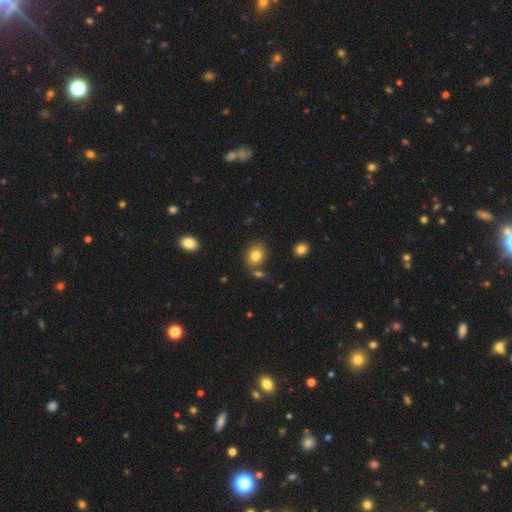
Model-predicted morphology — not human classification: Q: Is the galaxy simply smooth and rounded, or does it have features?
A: smooth — 82%.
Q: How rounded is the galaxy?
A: round — 52%.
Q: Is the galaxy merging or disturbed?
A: none — 73%.